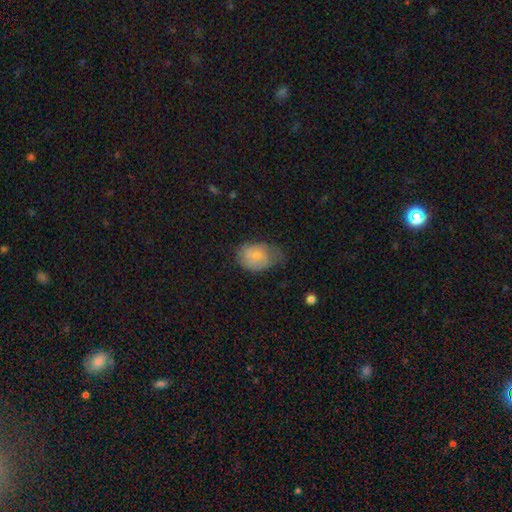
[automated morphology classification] A smooth galaxy with no disk features (67%) that is in between round and cigar-shaped (67%).

Vote fractions:
- Smooth or featured? smooth: 67% / featured or disk: 26% / star or artifact: 7%
- How rounded? in between: 67% / round: 32% / cigar-shaped: 1%
- Merging? none: 40% / minor disturbance: 39% / major disturbance: 20% / merger: 2%